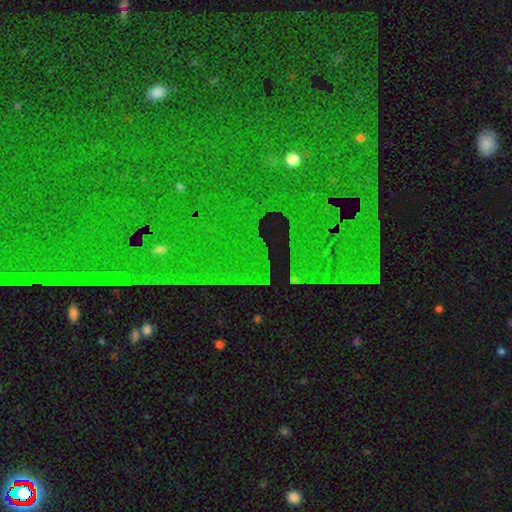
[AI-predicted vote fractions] Q: Smooth or featured?
A: star or artifact (85%); runner-up: featured or disk (8%)